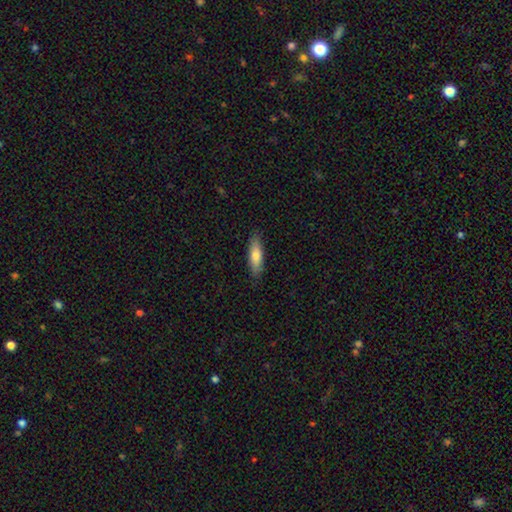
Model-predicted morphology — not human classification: Smooth or featured? smooth (73%)
How rounded? cigar-shaped (57%)
Merging? none (88%)